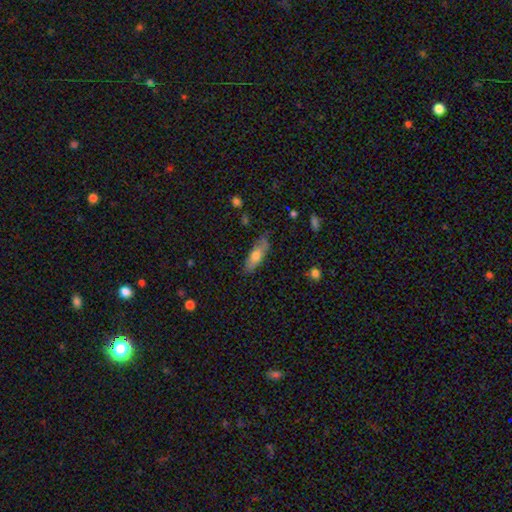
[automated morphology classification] type=smooth (69%); roundness=in between (60%); merging=none (73%).